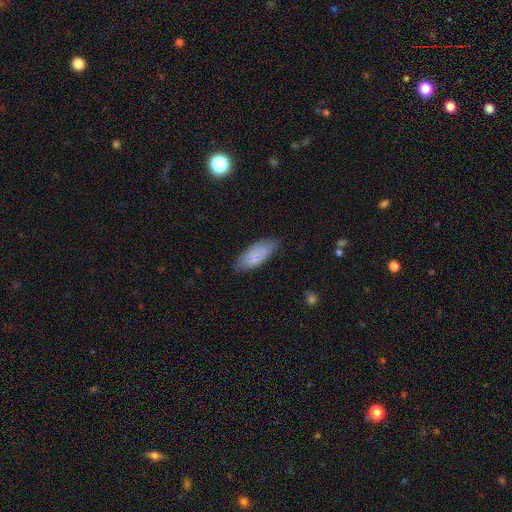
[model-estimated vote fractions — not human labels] smooth 75%, featured or disk 19%, star or artifact 6%. Down the decision tree: how rounded — in between (83%); merging — none (77%).